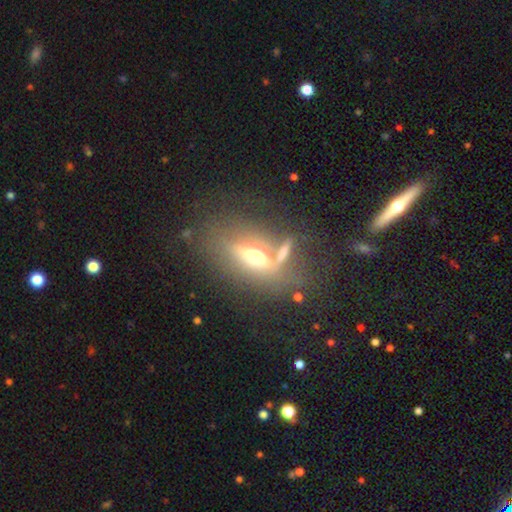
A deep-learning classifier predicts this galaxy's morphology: This is possibly a featured or disk galaxy (49%). Merging: possibly none (50%).